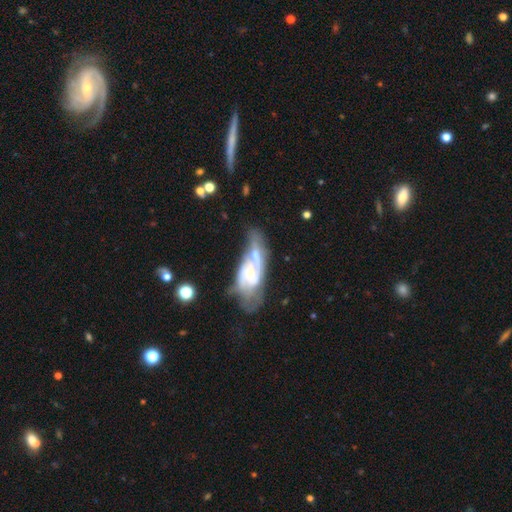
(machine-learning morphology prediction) type=featured or disk (73%); edge-on=no (89%); bar=no (58%); spiral arms=yes (83%); winding=medium (43%); arm count=2 (49%); bulge=small (44%); merging=none (38%).